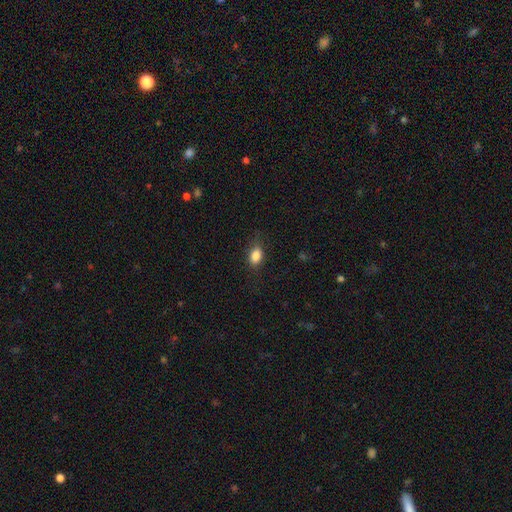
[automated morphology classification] Smooth or featured: smooth — 85% (star or artifact — 9%)
How rounded: in between — 81% (round — 15%)
Merging: none — 76% (minor disturbance — 18%)